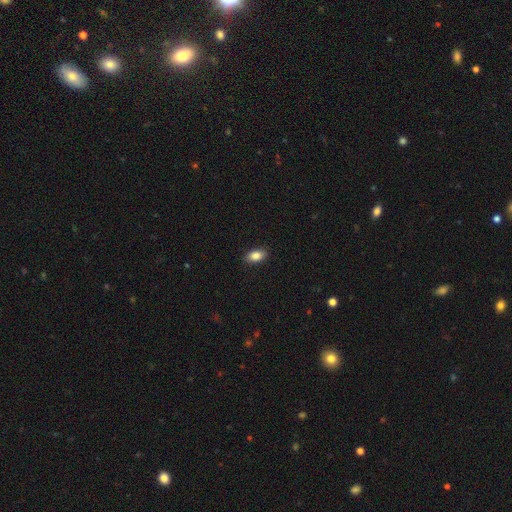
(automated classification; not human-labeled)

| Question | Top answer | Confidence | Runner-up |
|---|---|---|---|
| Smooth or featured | smooth | 86% | star or artifact (8%) |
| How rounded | in between | 90% | round (7%) |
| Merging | none | 88% | minor disturbance (9%) |